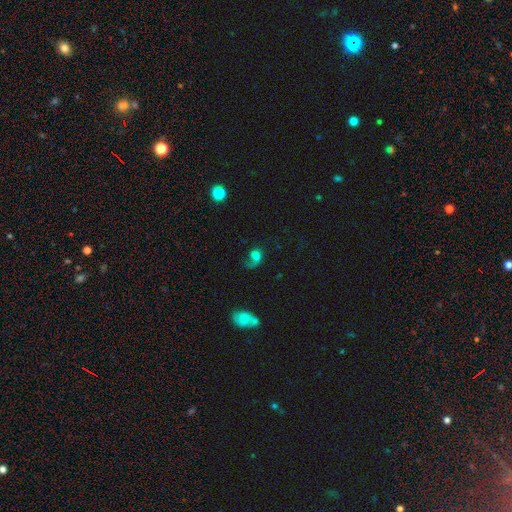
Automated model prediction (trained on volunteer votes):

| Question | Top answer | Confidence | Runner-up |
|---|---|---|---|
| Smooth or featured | smooth | 51% | featured or disk (35%) |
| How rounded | in between | 51% | round (47%) |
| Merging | major disturbance | 43% | none (30%) |